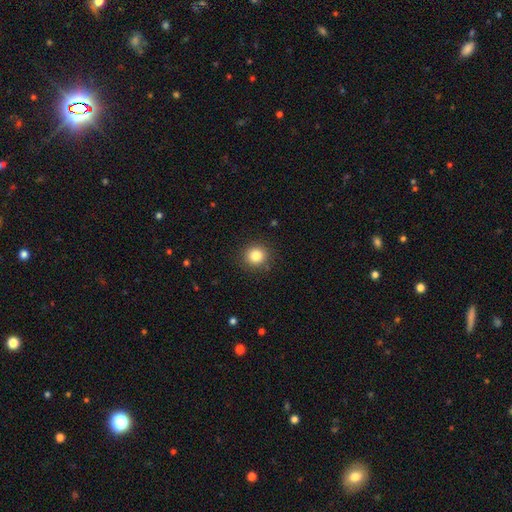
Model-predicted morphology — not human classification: Overall: smooth (83%). How rounded: round (91%). Merging: none (90%).